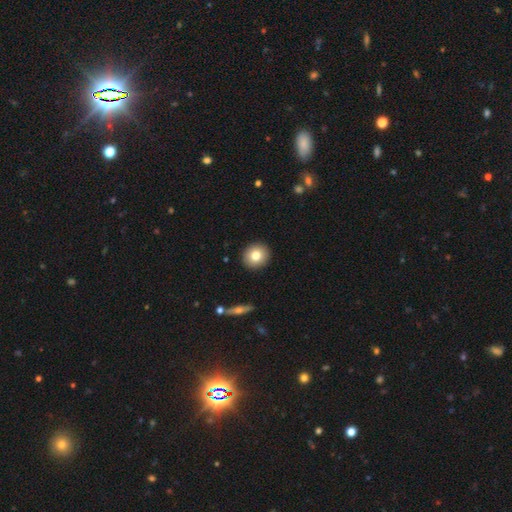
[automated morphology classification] Q: Smooth or featured?
A: smooth (79%); runner-up: featured or disk (12%)
Q: How rounded?
A: round (87%); runner-up: in between (12%)
Q: Merging?
A: none (92%); runner-up: minor disturbance (5%)